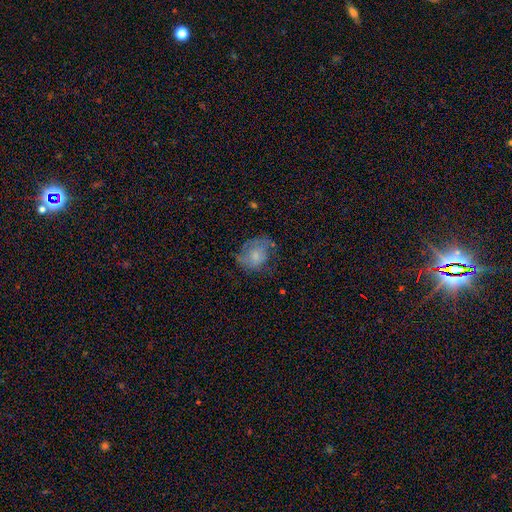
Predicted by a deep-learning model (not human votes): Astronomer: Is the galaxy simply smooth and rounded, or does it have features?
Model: smooth — 54% (runner-up: featured or disk, 36%).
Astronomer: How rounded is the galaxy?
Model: in between — 54% (runner-up: round, 45%).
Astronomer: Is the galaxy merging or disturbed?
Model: none — 46% (runner-up: minor disturbance, 29%).